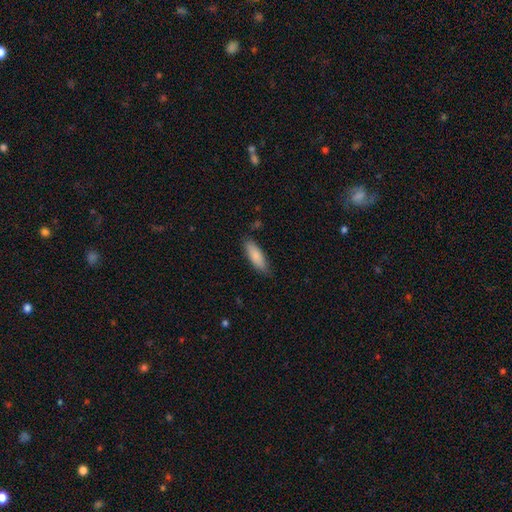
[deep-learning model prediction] smooth_or_featured: smooth (p=0.84) [alt: featured or disk p=0.11]
how_rounded: in between (p=0.57) [alt: cigar-shaped p=0.42]
merging: none (p=0.82) [alt: minor disturbance p=0.14]